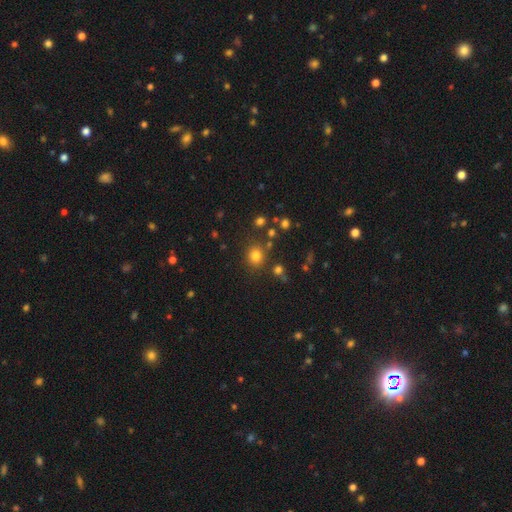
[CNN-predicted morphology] The model was most divided on "smooth or featured": smooth: 78%, star or artifact: 16%, featured or disk: 6%. More confident: how rounded — round (82%); merging — none (80%).